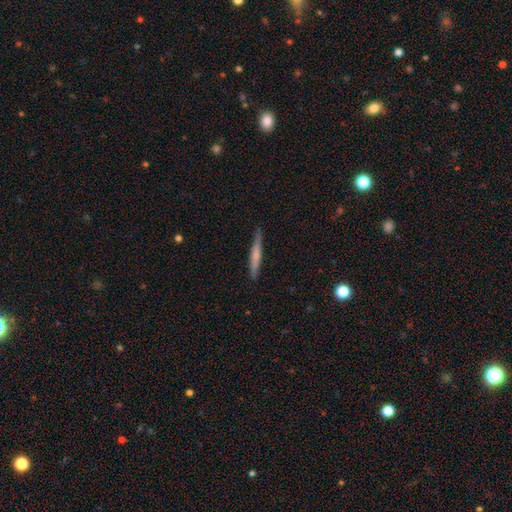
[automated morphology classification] Q: Smooth or featured?
A: smooth (63%); runner-up: featured or disk (32%)
Q: How rounded?
A: cigar-shaped (95%); runner-up: in between (4%)
Q: Merging?
A: none (85%); runner-up: minor disturbance (11%)